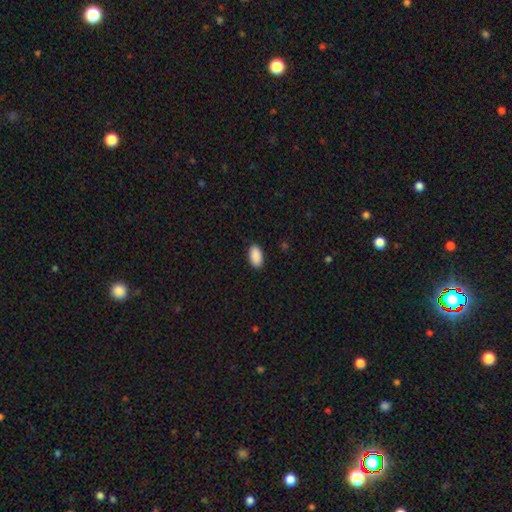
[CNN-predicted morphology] A smooth galaxy with no disk features (91%) that is in between round and cigar-shaped (95%). Merging: none (89%).